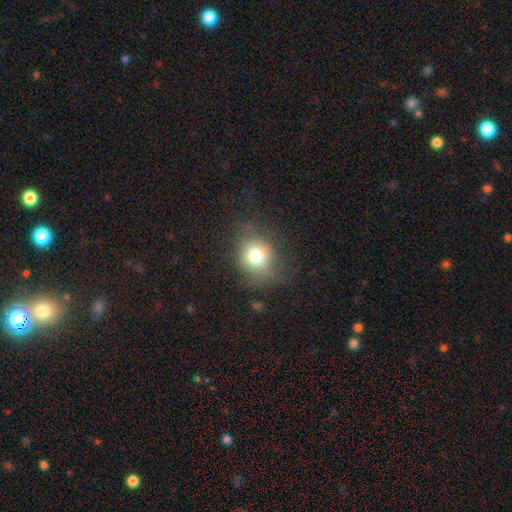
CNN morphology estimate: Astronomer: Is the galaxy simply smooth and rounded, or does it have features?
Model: smooth — 73%.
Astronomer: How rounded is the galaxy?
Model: round — 68%.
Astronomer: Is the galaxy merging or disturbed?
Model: none — 67%.